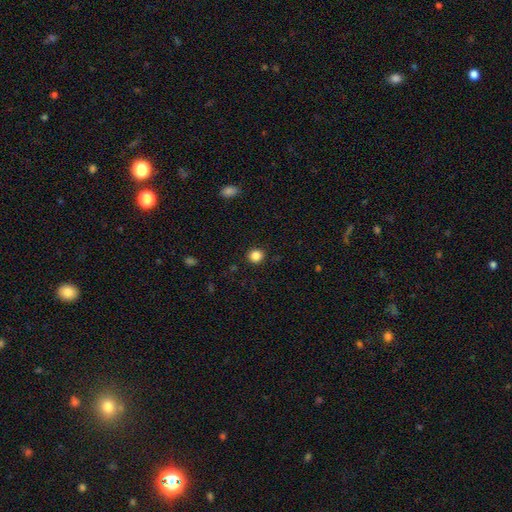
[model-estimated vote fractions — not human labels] Smooth or featured? smooth (85%)
How rounded? round (90%)
Merging? none (91%)